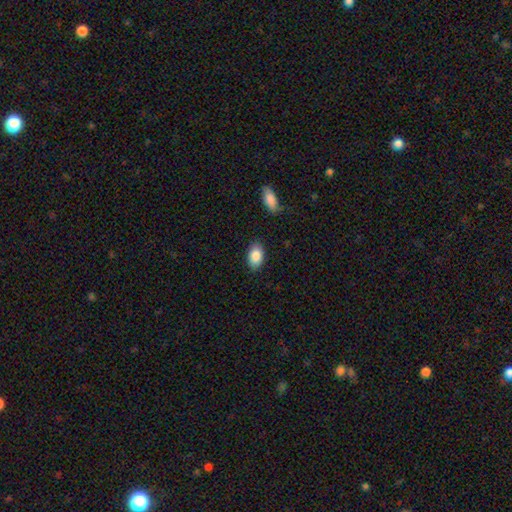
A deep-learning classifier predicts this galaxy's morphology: Smooth or featured?
  - smooth: 86% *
  - star or artifact: 7%
  - featured or disk: 7%
How rounded?
  - in between: 90% *
  - round: 8%
  - cigar-shaped: 1%
Merging?
  - none: 86% *
  - minor disturbance: 10%
  - major disturbance: 2%
  - merger: 2%